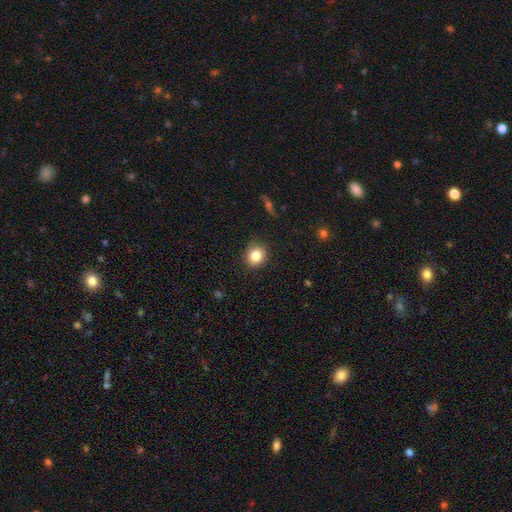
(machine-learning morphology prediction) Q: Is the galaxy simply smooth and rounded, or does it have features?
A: smooth — 82%.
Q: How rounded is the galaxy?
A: round — 83%.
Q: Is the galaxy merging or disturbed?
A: none — 87%.